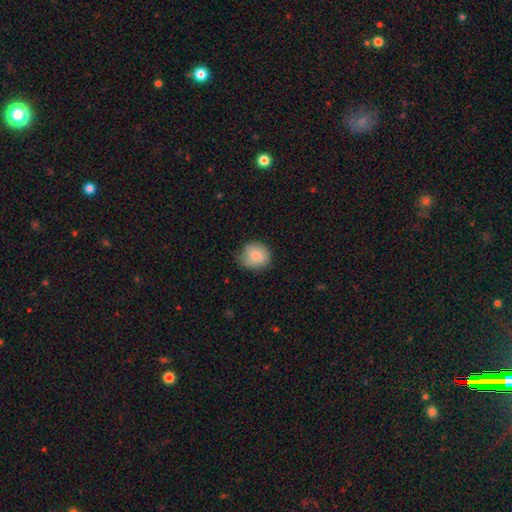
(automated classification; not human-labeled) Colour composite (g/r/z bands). It shows a smooth galaxy with no disk features (84%) that is round (81%). Merging: none (69%).